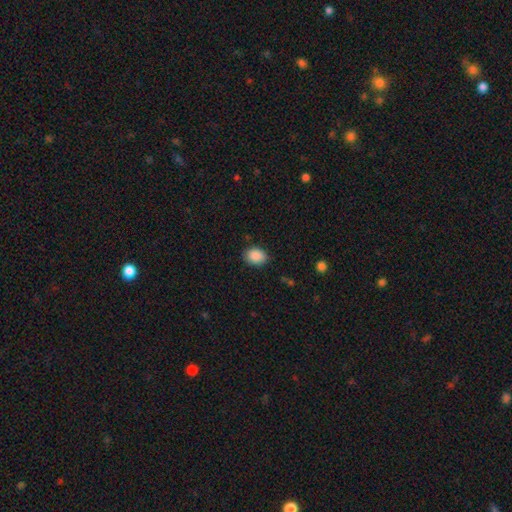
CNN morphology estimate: smooth 89%, star or artifact 8%, featured or disk 3%. Down the decision tree: how rounded — in between (65%); merging — none (84%).